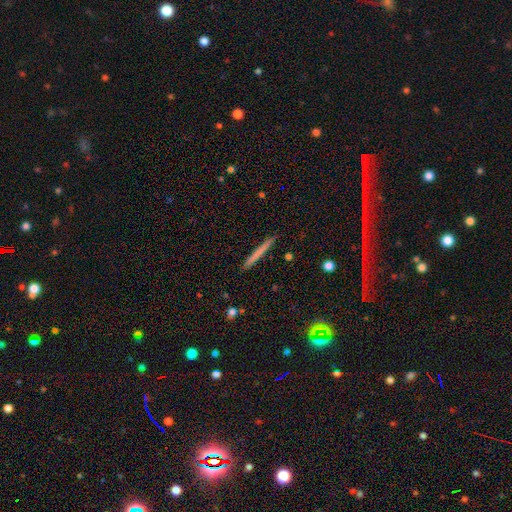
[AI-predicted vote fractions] This appears to be a smooth galaxy with no disk features (63%) that is cigar-shaped (97%). Merging: none (92%).